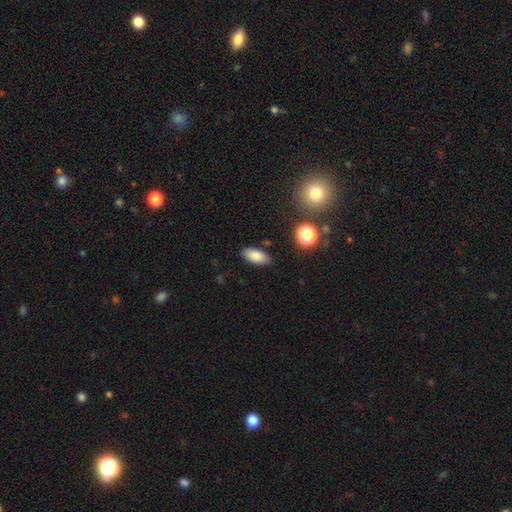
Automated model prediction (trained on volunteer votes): Smooth or featured: smooth — 84% (star or artifact — 9%)
How rounded: in between — 88% (cigar-shaped — 8%)
Merging: none — 86% (minor disturbance — 10%)